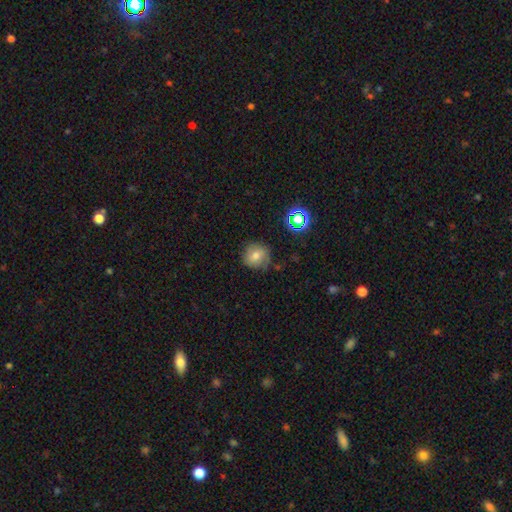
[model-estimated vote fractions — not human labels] Overall: smooth (71%). How rounded: round (88%). Merging: none (73%).